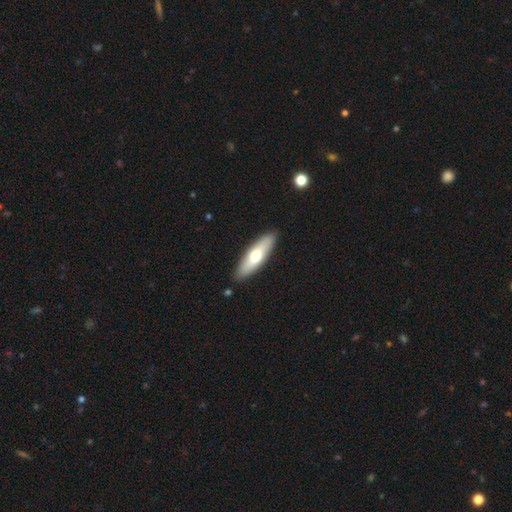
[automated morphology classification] Q: Smooth or featured?
A: smooth (62%); runner-up: featured or disk (33%)
Q: How rounded?
A: cigar-shaped (55%); runner-up: in between (44%)
Q: Merging?
A: none (89%); runner-up: minor disturbance (8%)